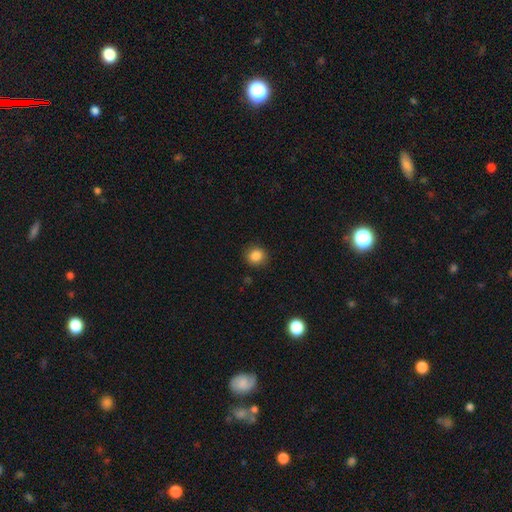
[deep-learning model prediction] Smooth or featured: smooth — 86% (star or artifact — 10%)
How rounded: round — 86% (in between — 13%)
Merging: none — 88% (minor disturbance — 9%)